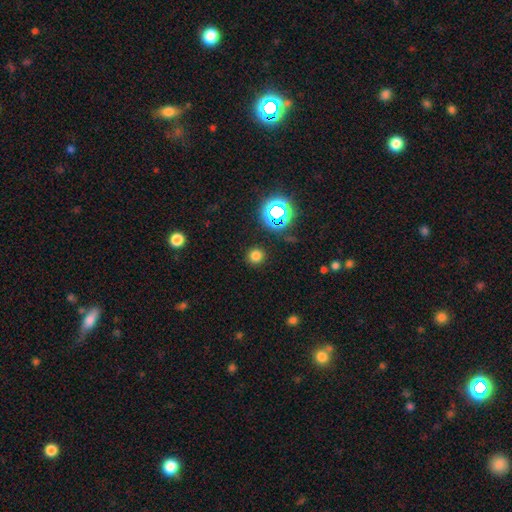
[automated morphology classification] This is likely a smooth galaxy (73%). How rounded: clearly round (91%). Merging: clearly none (89%).